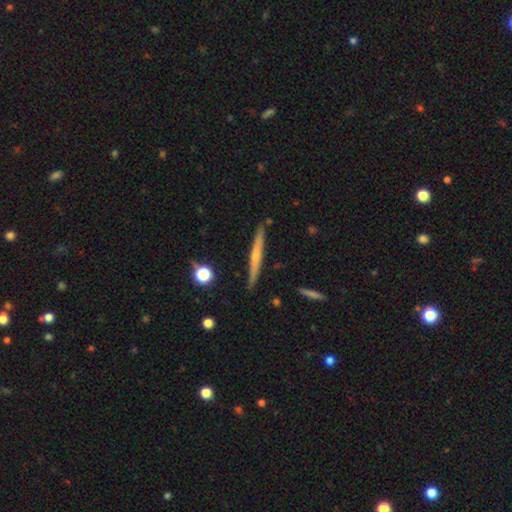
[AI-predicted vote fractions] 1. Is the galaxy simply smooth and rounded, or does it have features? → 61% featured or disk, 32% smooth, 6% star or artifact.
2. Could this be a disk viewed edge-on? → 97% yes, 3% no.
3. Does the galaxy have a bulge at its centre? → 63% rounded, 33% none, 4% boxy.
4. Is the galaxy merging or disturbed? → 88% none, 9% minor disturbance, 2% merger, 1% major disturbance.